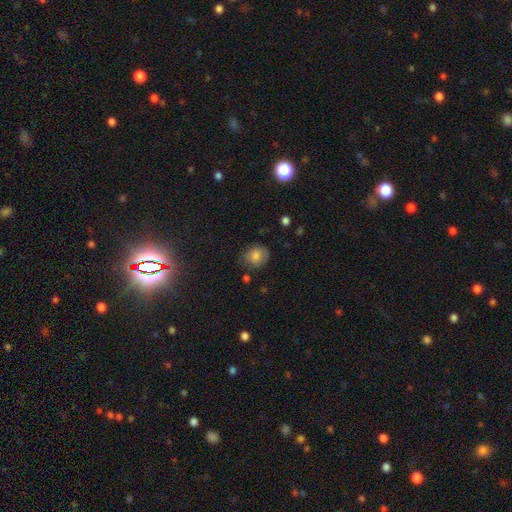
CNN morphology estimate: This is likely a smooth galaxy (76%). How rounded: likely round (70%). Merging: likely none (68%).